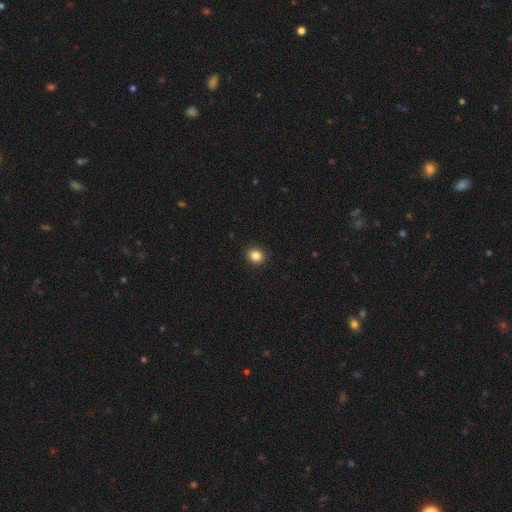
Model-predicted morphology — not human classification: smooth 85%, star or artifact 11%, featured or disk 4%. Down the decision tree: how rounded — round (74%); merging — none (92%).